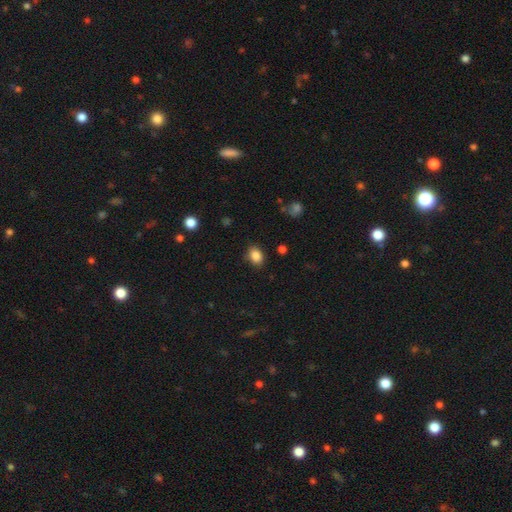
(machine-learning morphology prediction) smooth 86%, star or artifact 10%, featured or disk 5%. Down the decision tree: how rounded — in between (69%); merging — none (79%).